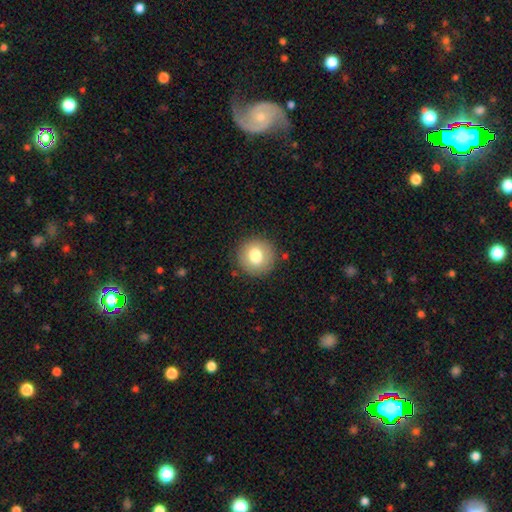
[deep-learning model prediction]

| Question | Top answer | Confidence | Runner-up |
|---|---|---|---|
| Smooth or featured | smooth | 77% | featured or disk (14%) |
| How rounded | round | 92% | in between (7%) |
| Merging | none | 87% | minor disturbance (8%) |